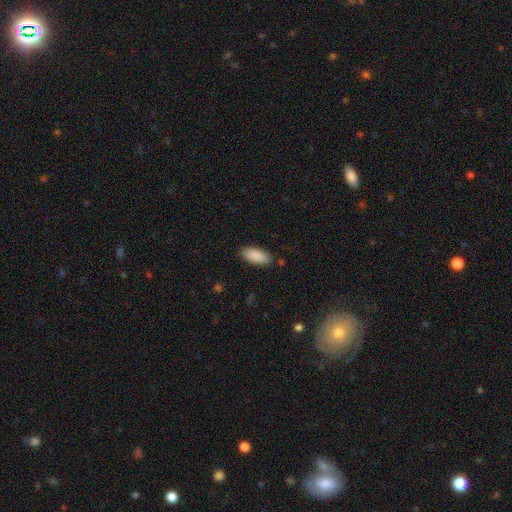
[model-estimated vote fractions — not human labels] Overall: smooth (90%). How rounded: in between (88%). Merging: none (87%).